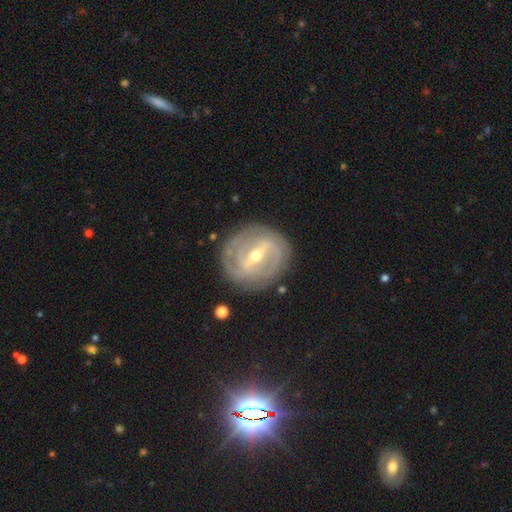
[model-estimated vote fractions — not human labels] A featured or disk galaxy (86%) with a strong bar (60%), 2 (41%) tight (69%) spiral arms (89%) and a moderate central bulge (56%). Merging: none (83%).